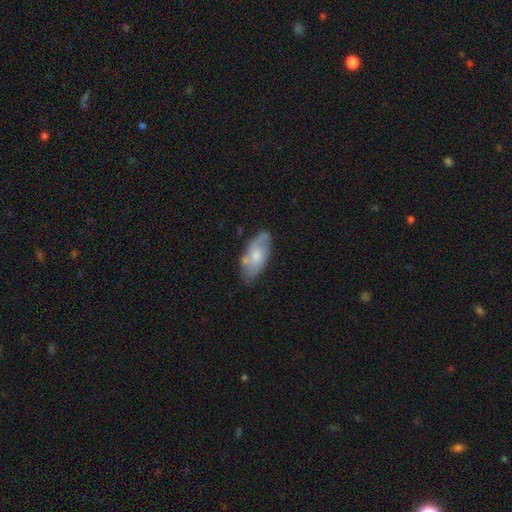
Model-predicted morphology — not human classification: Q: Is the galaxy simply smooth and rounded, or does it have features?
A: smooth — 53%.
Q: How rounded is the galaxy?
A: in between — 89%.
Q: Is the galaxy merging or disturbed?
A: none — 65%.